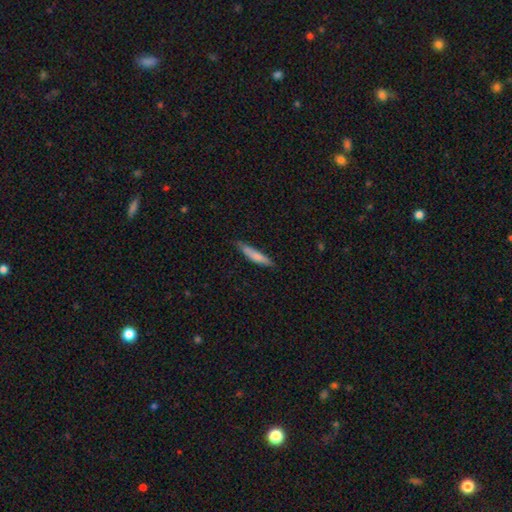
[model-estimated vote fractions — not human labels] Smooth or featured?
  - smooth: 76% *
  - featured or disk: 18%
  - star or artifact: 6%
How rounded?
  - cigar-shaped: 87% *
  - in between: 11%
  - round: 1%
Merging?
  - none: 76% *
  - minor disturbance: 20%
  - major disturbance: 3%
  - merger: 2%